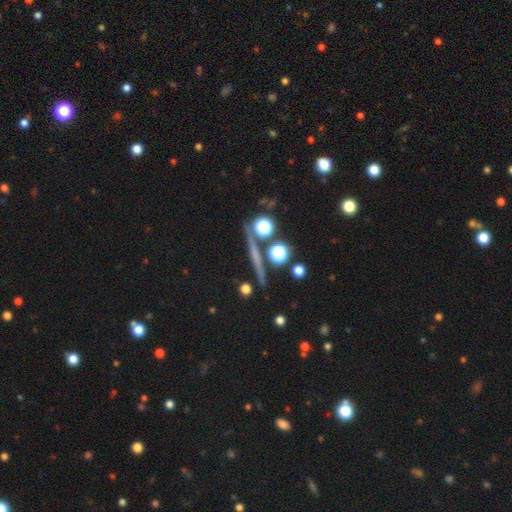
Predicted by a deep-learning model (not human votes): smooth_or_featured: featured or disk (p=0.46) [alt: smooth p=0.32]
merging: none (p=0.84) [alt: minor disturbance p=0.07]